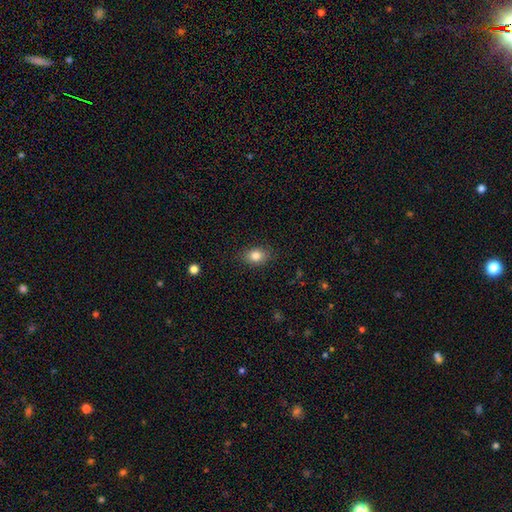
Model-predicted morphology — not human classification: Smooth or featured: smooth — 83% (star or artifact — 10%)
How rounded: in between — 68% (round — 30%)
Merging: none — 84% (minor disturbance — 12%)